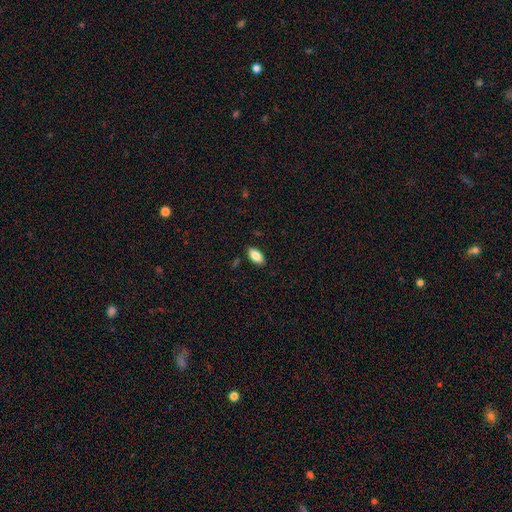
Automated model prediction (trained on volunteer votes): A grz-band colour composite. It shows a smooth galaxy with no disk features (83%) that is in between round and cigar-shaped (91%). Merging: none (87%).